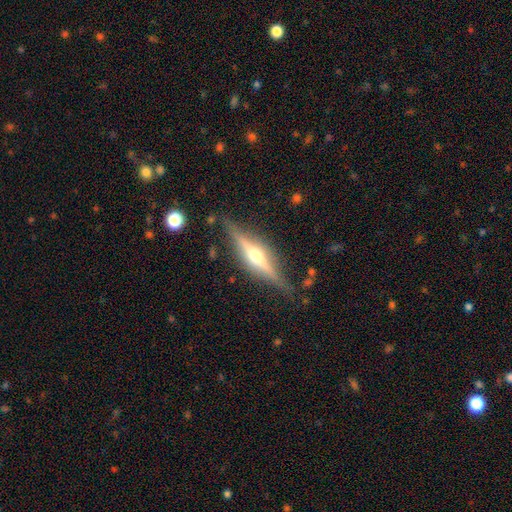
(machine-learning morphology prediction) This is likely a featured or disk galaxy (79%). It is clearly viewed edge-on (97%). Edge-on bulge: clearly rounded (90%). Merging: clearly none (85%).